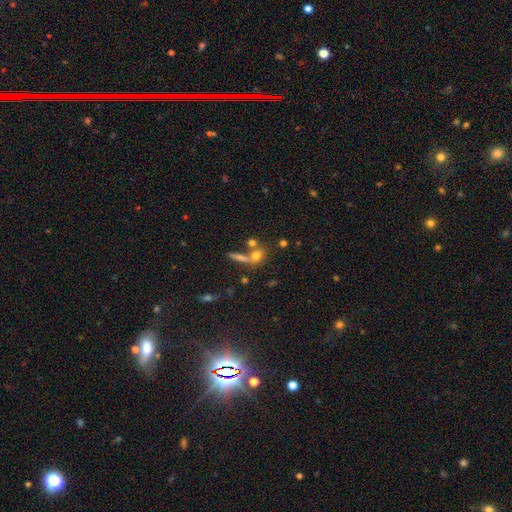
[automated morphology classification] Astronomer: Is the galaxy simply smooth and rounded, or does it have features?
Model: smooth — 70%.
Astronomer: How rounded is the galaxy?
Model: round — 61%.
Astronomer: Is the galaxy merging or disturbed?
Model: none — 52% (runner-up: merger, 33%).